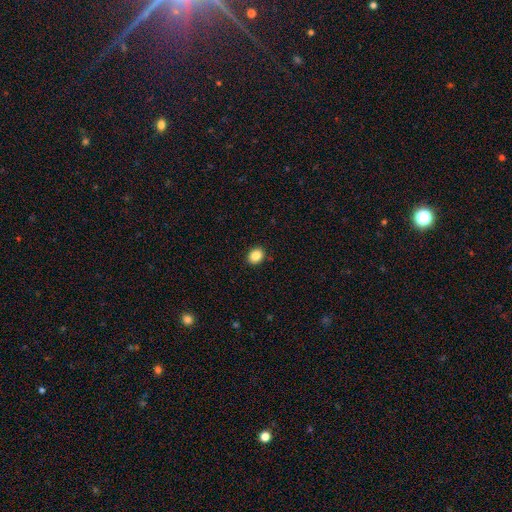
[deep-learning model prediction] Q: Smooth or featured?
A: smooth (86%); runner-up: star or artifact (9%)
Q: How rounded?
A: round (52%); runner-up: in between (47%)
Q: Merging?
A: none (91%); runner-up: minor disturbance (7%)